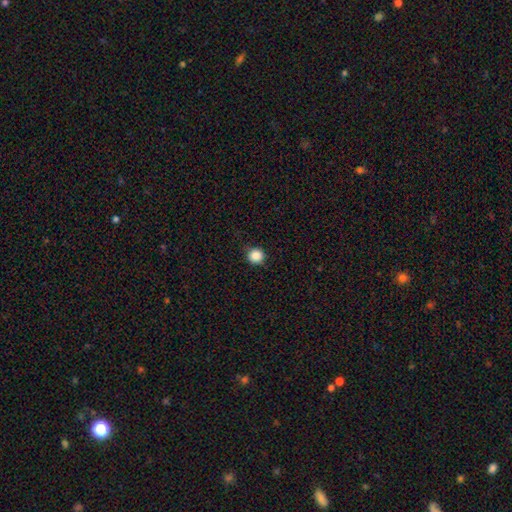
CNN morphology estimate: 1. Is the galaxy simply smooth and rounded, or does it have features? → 86% smooth, 11% star or artifact, 3% featured or disk.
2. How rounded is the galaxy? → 94% round, 5% in between, 1% cigar-shaped.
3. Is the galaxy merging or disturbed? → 87% none, 10% minor disturbance, 2% major disturbance, 1% merger.